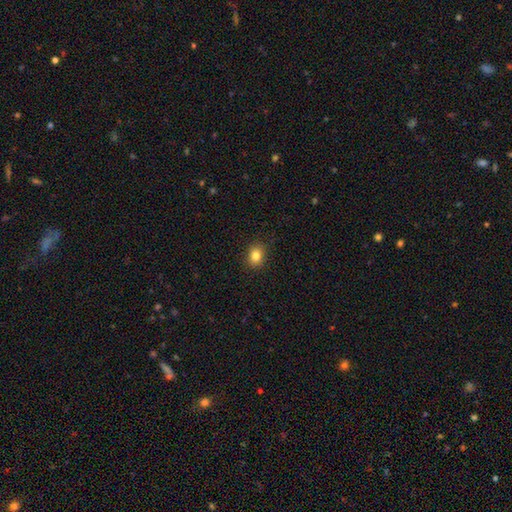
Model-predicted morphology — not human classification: Smooth or featured?
  - smooth: 83% *
  - star or artifact: 11%
  - featured or disk: 6%
How rounded?
  - in between: 50% *
  - round: 49%
  - cigar-shaped: 1%
Merging?
  - none: 89% *
  - minor disturbance: 8%
  - major disturbance: 2%
  - merger: 1%